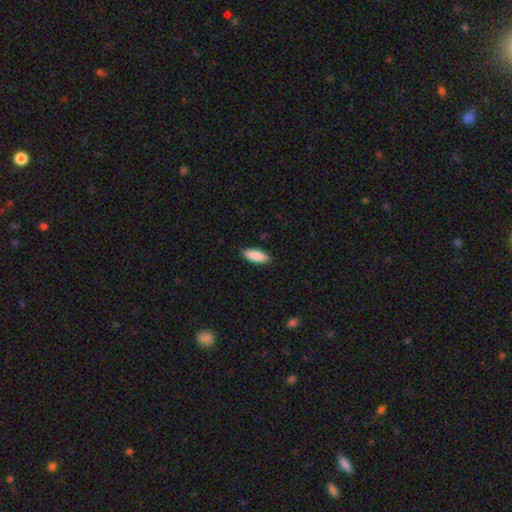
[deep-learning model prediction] Smooth or featured? Predicted: smooth (p=0.89). How rounded? Predicted: in between (p=0.73). Merging? Predicted: none (p=0.87).